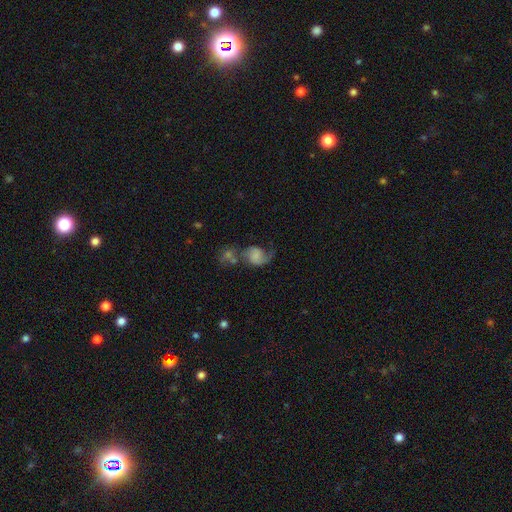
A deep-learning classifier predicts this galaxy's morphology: Smooth or featured? Predicted: featured or disk (p=0.63). Edge-on disk? Predicted: no (p=0.98). Bar? Predicted: no (p=0.64). Spiral arms? Predicted: yes (p=0.89). Spiral winding? Predicted: loose (p=0.58). Spiral arm count? Predicted: 2 (p=0.65). Bulge size? Predicted: none (p=0.48). Merging? Predicted: none (p=0.34).